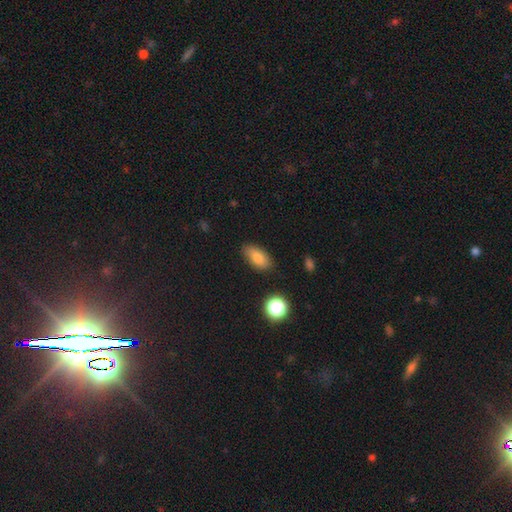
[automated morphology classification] type=smooth (79%); roundness=in between (87%); merging=none (82%).